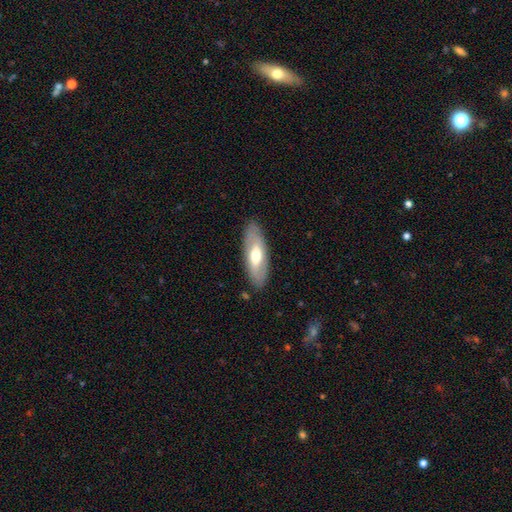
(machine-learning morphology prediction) smooth_or_featured: smooth (p=0.50) [alt: featured or disk p=0.45]
merging: none (p=0.85) [alt: minor disturbance p=0.11]